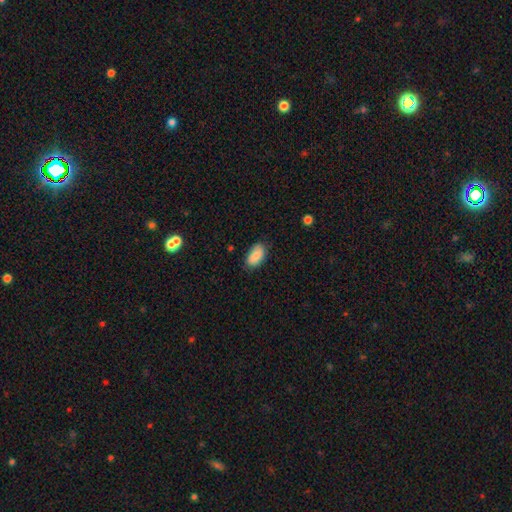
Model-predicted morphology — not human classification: type=smooth (87%); roundness=in between (94%); merging=none (78%).